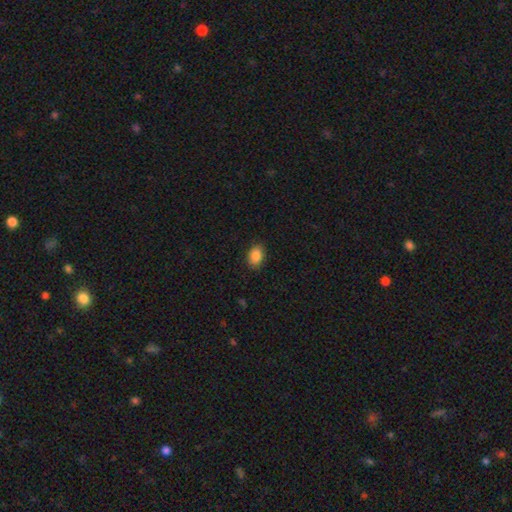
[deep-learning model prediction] Morphology: type=smooth (88%); roundness=in between (82%); merging=none (86%).